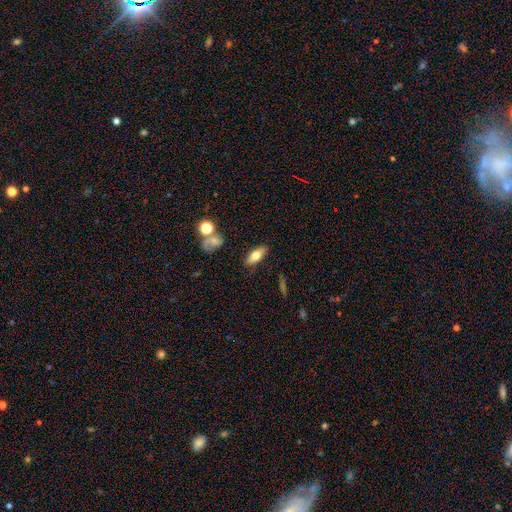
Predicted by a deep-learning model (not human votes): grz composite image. It shows a smooth galaxy with no disk features (65%) that is in between round and cigar-shaped (75%). Merging: none (82%).